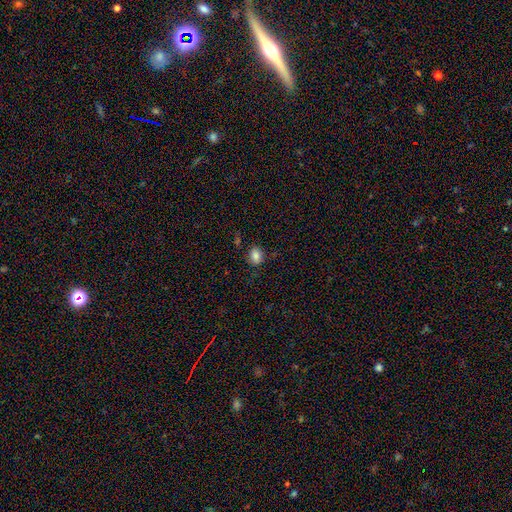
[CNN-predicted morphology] Overall: smooth (83%). How rounded: in between (52%; round 47%). Merging: none (76%).